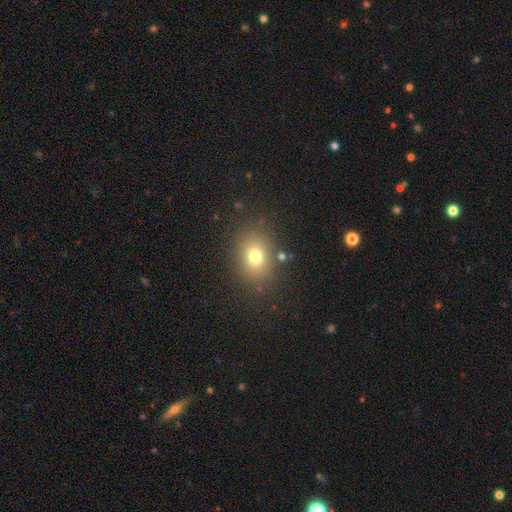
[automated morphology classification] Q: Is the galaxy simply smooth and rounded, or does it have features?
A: smooth — 65%.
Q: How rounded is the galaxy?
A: in between — 56%.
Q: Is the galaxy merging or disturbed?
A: none — 86%.